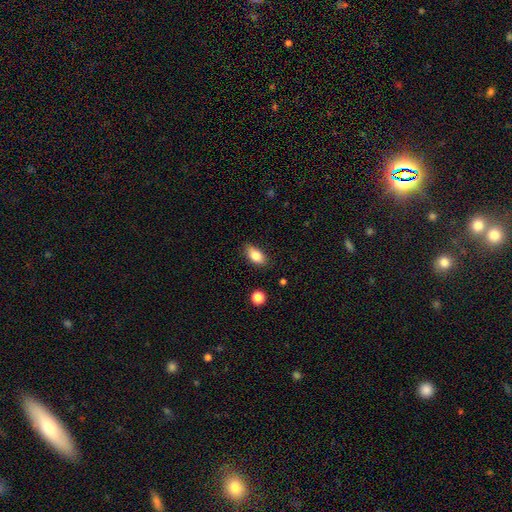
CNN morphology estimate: Smooth or featured? smooth (83%)
How rounded? in between (88%)
Merging? none (84%)